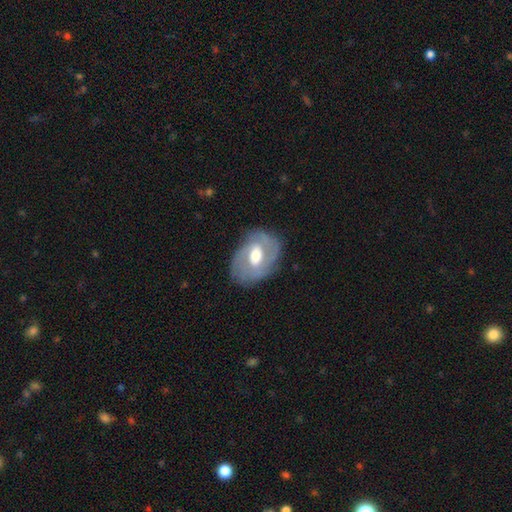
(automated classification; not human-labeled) smooth_or_featured: featured or disk (p=0.68) [alt: smooth p=0.27]
disk_edge_on: no (p=0.95) [alt: yes p=0.05]
bar: weak (p=0.47) [alt: no p=0.36]
has_spiral_arms: yes (p=0.71) [alt: no p=0.29]
bulge_size: moderate (p=0.66) [alt: large p=0.23]
merging: none (p=0.73) [alt: minor disturbance p=0.19]